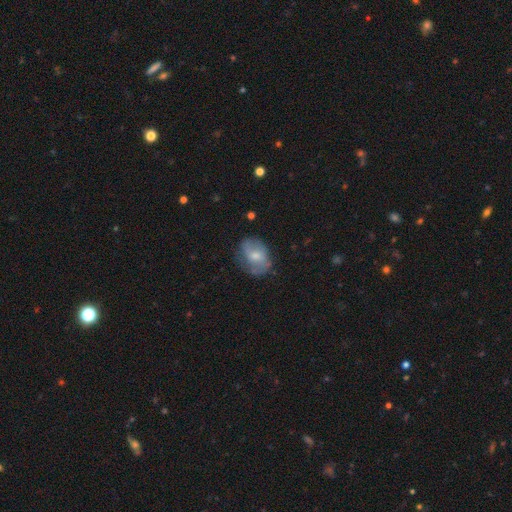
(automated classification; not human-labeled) smooth 49%, featured or disk 43%, star or artifact 7%. Down the decision tree: merging — none (61%).